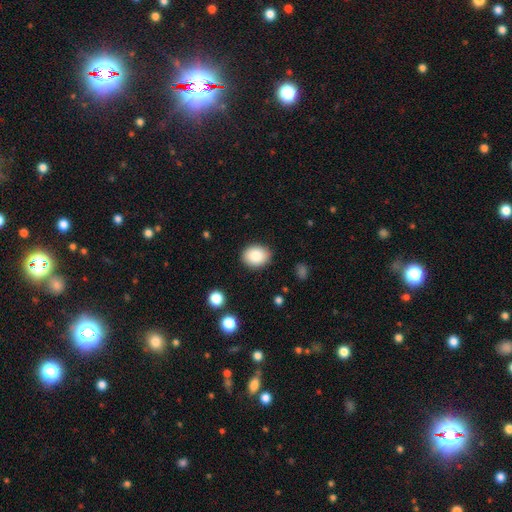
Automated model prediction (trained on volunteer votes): This appears to be a smooth galaxy with no disk features (85%) that is in between round and cigar-shaped (51%). Merging: none (88%).